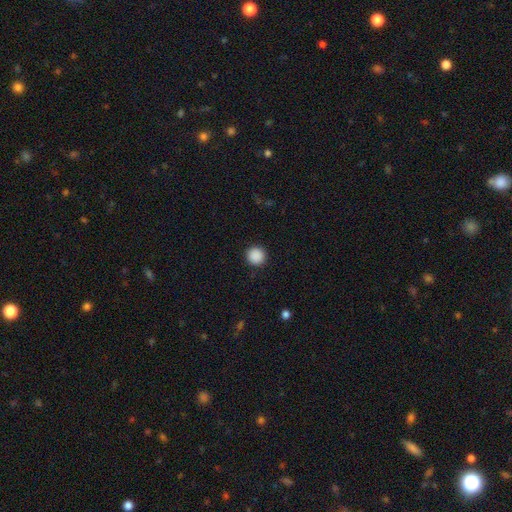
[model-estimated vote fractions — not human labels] smooth_or_featured: smooth (p=0.89) [alt: star or artifact p=0.09]
how_rounded: round (p=0.95) [alt: in between p=0.04]
merging: none (p=0.93) [alt: minor disturbance p=0.05]